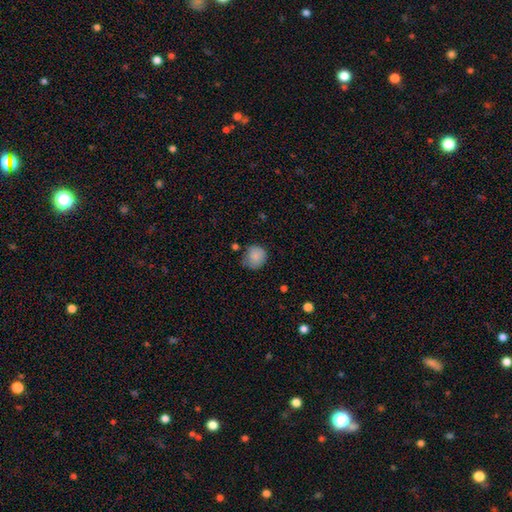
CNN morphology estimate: A smooth galaxy with no disk features (85%) that is round (86%). Merging: none (65%).